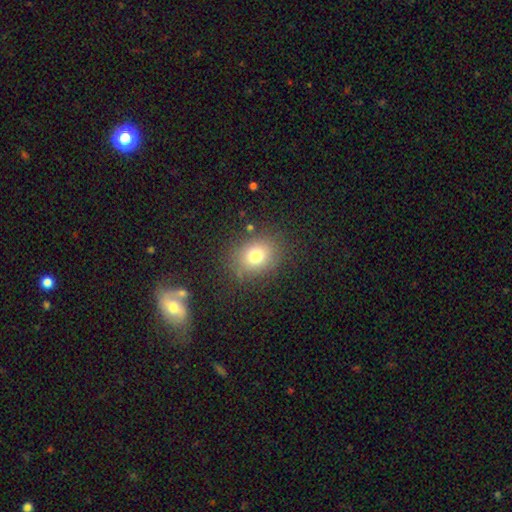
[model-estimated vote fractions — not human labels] smooth_or_featured: smooth (p=0.74) [alt: star or artifact p=0.14]
how_rounded: round (p=0.52) [alt: in between p=0.47]
merging: none (p=0.82) [alt: minor disturbance p=0.12]